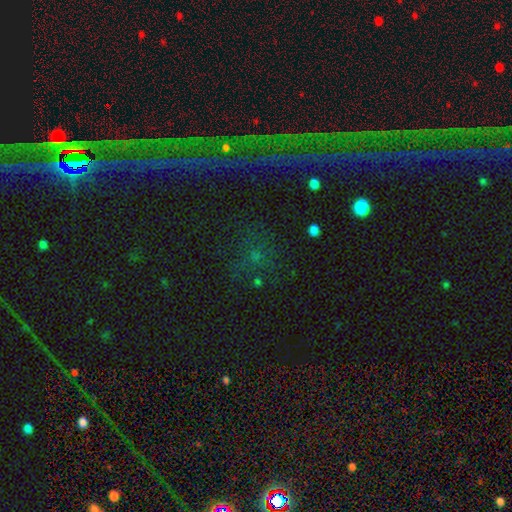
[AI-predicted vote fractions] This appears to be a star or artifact, not a galaxy (66%).